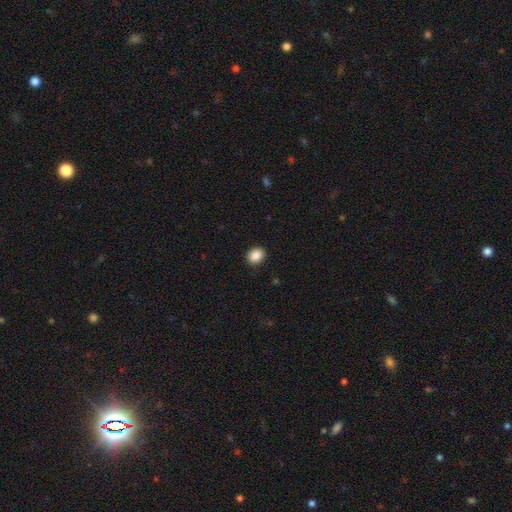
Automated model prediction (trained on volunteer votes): Smooth or featured: smooth — 88% (star or artifact — 9%)
How rounded: round — 54% (in between — 45%)
Merging: none — 89% (minor disturbance — 8%)